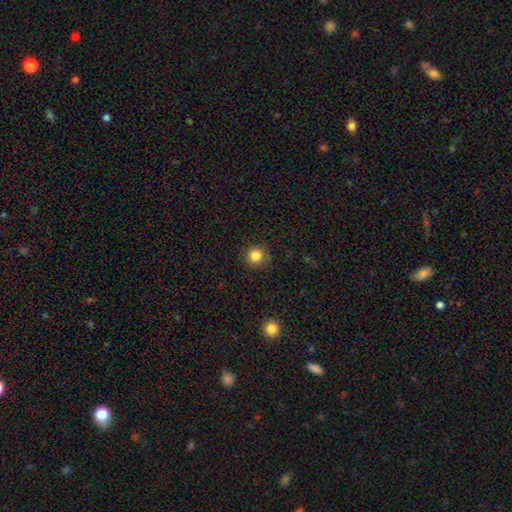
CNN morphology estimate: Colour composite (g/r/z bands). It shows a smooth galaxy with no disk features (84%) that is round (94%). Merging: none (87%).